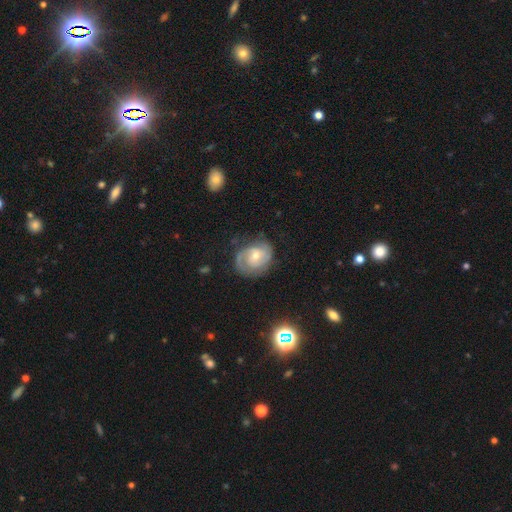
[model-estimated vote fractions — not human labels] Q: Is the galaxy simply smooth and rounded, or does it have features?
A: featured or disk — 76%.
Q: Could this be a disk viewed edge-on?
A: no — 97%.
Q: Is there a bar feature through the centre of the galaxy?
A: no — 61%.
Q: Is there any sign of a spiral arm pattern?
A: yes — 91%.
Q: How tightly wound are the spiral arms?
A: tight — 52%.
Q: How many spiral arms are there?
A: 2 — 59%.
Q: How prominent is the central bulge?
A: moderate — 51%.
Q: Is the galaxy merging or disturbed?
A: none — 68%.